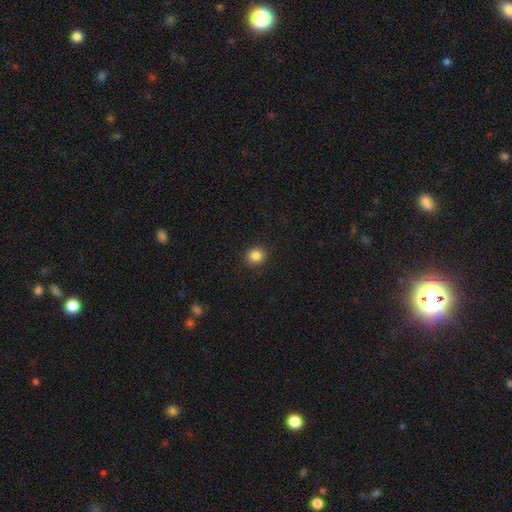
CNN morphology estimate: A smooth galaxy with no disk features (85%) that is round (88%).

Vote fractions:
- Smooth or featured? smooth: 85% / star or artifact: 11% / featured or disk: 4%
- How rounded? round: 88% / in between: 11% / cigar-shaped: 1%
- Merging? none: 92% / minor disturbance: 5% / major disturbance: 2% / merger: 1%